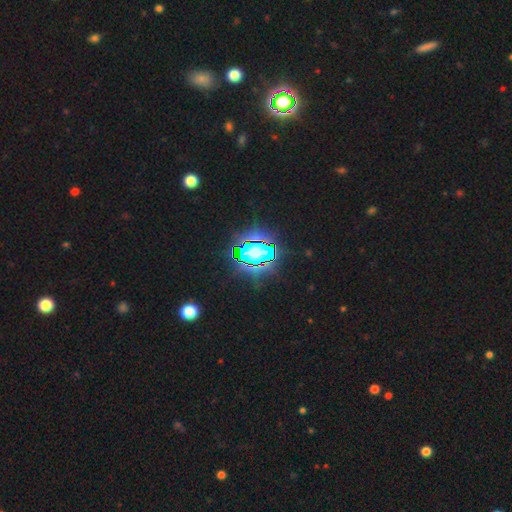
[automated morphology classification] Smooth or featured? Predicted: star or artifact (p=0.76).